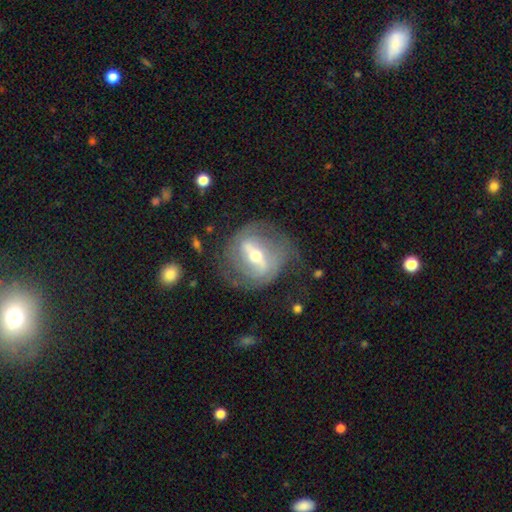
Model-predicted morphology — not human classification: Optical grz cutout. It shows a featured or disk galaxy (80%) with a strong bar (56%), 2 (65%) medium (39%) spiral arms (80%) and a moderate central bulge (61%). Merging: none (62%).